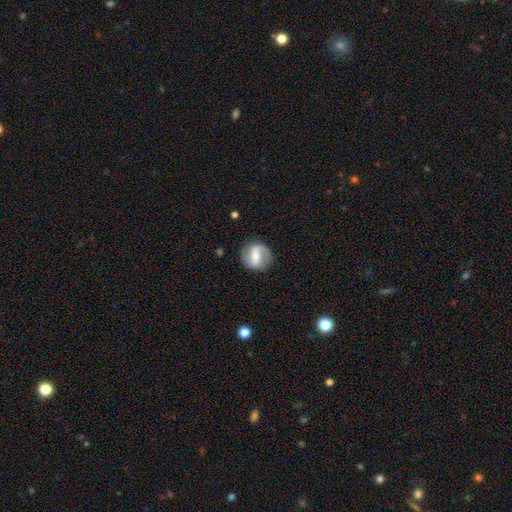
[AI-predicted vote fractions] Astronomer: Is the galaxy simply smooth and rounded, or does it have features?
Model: featured or disk — 70%.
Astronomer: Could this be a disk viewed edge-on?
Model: no — 96%.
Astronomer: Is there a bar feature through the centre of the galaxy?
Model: strong — 50% (runner-up: weak, 36%).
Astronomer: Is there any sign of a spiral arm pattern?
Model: yes — 84%.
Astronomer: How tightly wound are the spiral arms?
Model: medium — 40% (runner-up: loose, 38%).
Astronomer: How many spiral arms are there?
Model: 2 — 84%.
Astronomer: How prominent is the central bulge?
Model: moderate — 49% (runner-up: small, 42%).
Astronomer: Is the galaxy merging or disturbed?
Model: none — 82%.